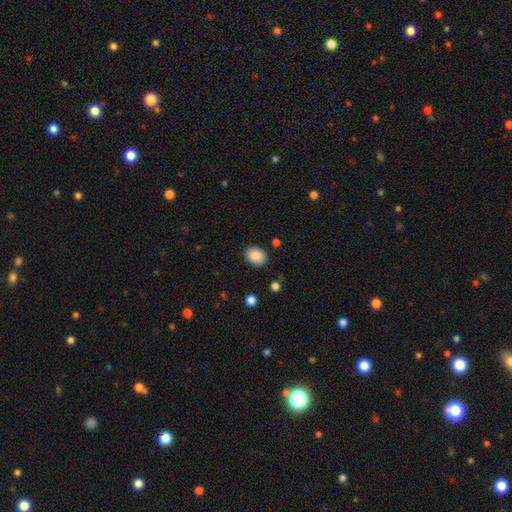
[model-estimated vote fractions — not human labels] Smooth or featured: smooth — 87% (star or artifact — 8%)
How rounded: in between — 58% (round — 41%)
Merging: none — 87% (minor disturbance — 9%)